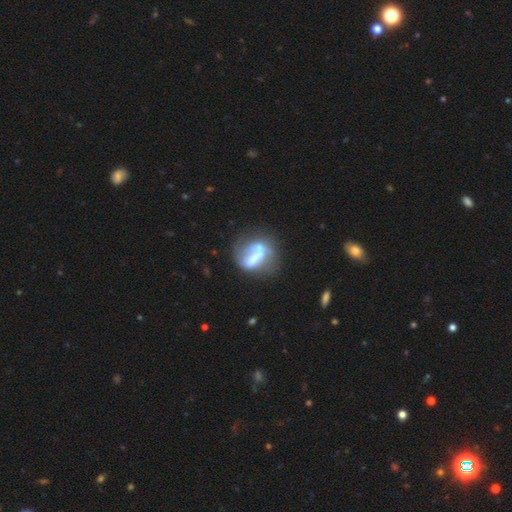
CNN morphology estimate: Overall: featured or disk (49%; smooth 39%). Merging: none (34%; merger 26%).